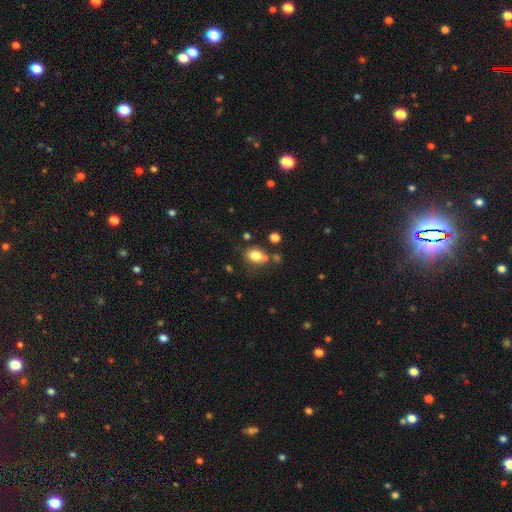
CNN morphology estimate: smooth 80%, star or artifact 11%, featured or disk 9%. Down the decision tree: how rounded — in between (54%); merging — none (59%).